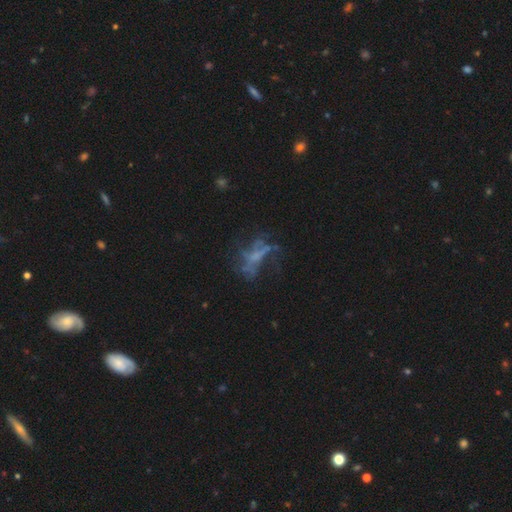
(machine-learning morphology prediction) A featured or disk galaxy (56%) with no bar (72%), no spiral arms (74%) and no central bulge (65%). Merging: none (44%).